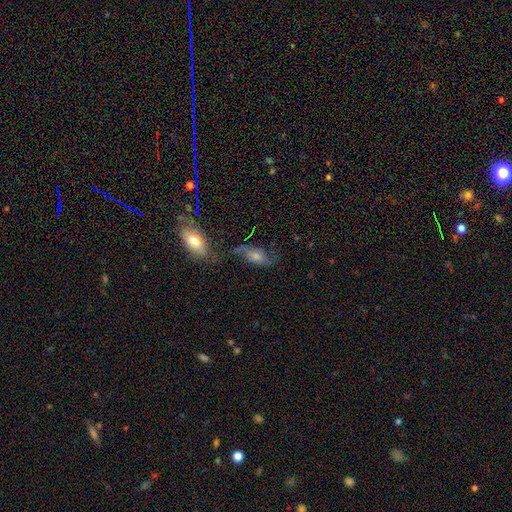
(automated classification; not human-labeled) This appears to be a featured or disk galaxy (57%) with no bar (70%), spiral arms (83%) and a moderate central bulge (51%). Merging: none (53%).